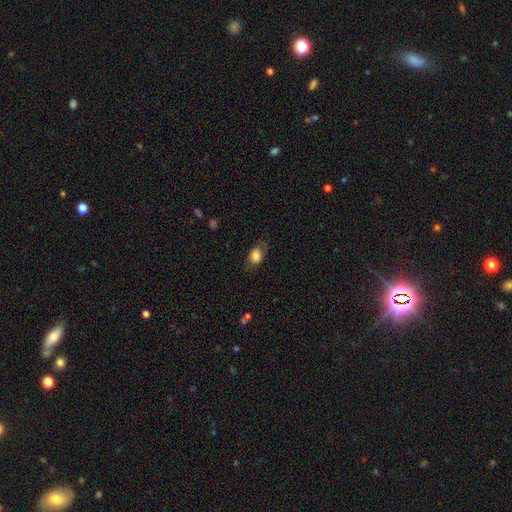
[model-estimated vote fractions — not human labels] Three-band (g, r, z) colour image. It shows a smooth galaxy with no disk features (78%) that is in between round and cigar-shaped (76%). Merging: none (69%).